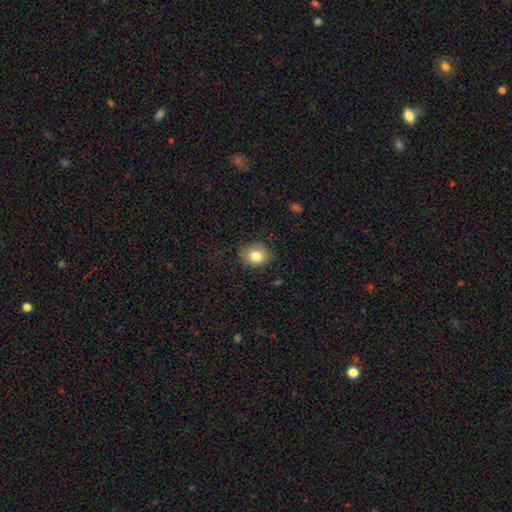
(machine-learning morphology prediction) type=smooth (82%); roundness=round (60%); merging=none (81%).